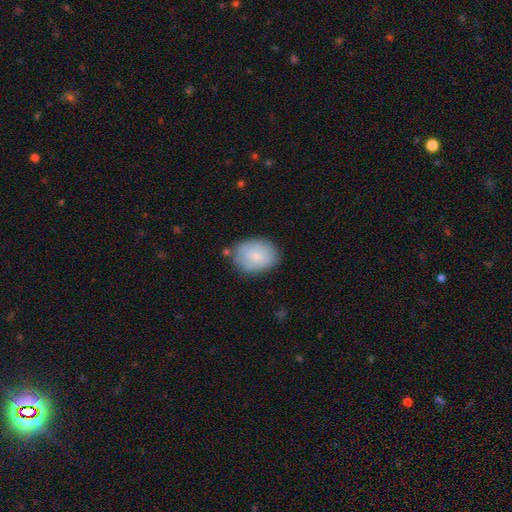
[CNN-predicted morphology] smooth 81%, featured or disk 13%, star or artifact 6%. Down the decision tree: how rounded — in between (69%); merging — none (76%).